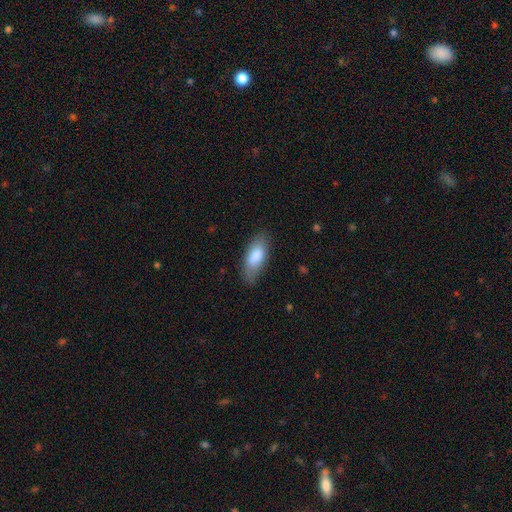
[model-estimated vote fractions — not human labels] A smooth galaxy with no disk features (82%) that is in between round and cigar-shaped (81%). Merging: none (77%).